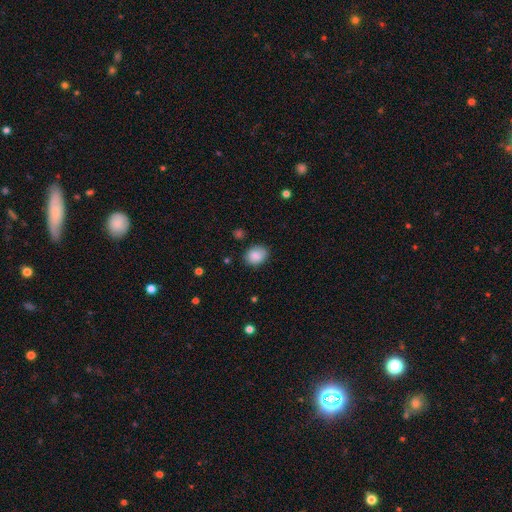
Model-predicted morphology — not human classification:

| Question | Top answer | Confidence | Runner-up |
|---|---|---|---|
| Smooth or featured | smooth | 87% | star or artifact (8%) |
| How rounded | in between | 54% | round (45%) |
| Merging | none | 81% | minor disturbance (14%) |